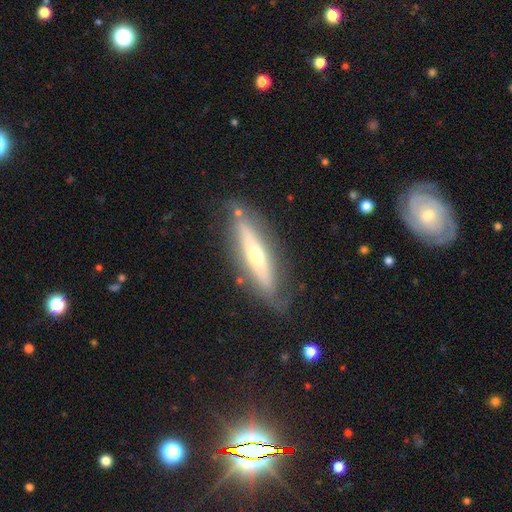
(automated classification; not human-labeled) A featured or disk galaxy (66%) viewed edge-on (66%).

Vote fractions:
- Smooth or featured? featured or disk: 66% / smooth: 27% / star or artifact: 7%
- Edge-on disk? yes: 66% / no: 34%
- Merging? none: 76% / minor disturbance: 17% / major disturbance: 5% / merger: 2%